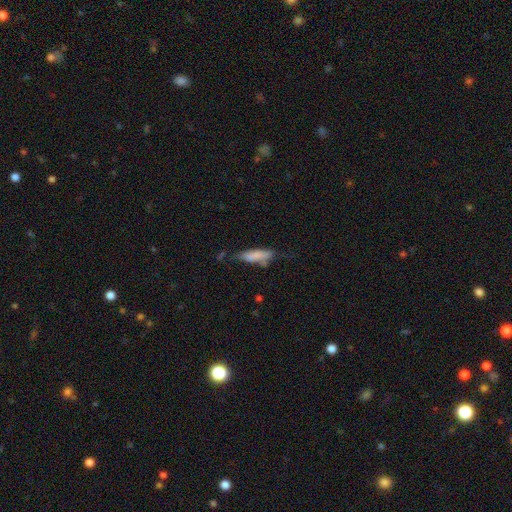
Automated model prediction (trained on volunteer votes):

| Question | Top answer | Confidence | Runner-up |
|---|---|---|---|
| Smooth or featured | smooth | 76% | featured or disk (16%) |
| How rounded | cigar-shaped | 56% | in between (42%) |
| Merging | none | 46% | minor disturbance (32%) |